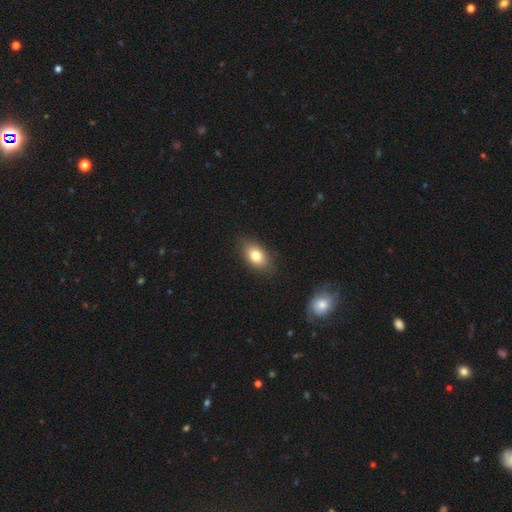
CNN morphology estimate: The model was most divided on "smooth or featured": smooth: 79%, featured or disk: 12%, star or artifact: 9%. More confident: how rounded — in between (86%); merging — none (85%).